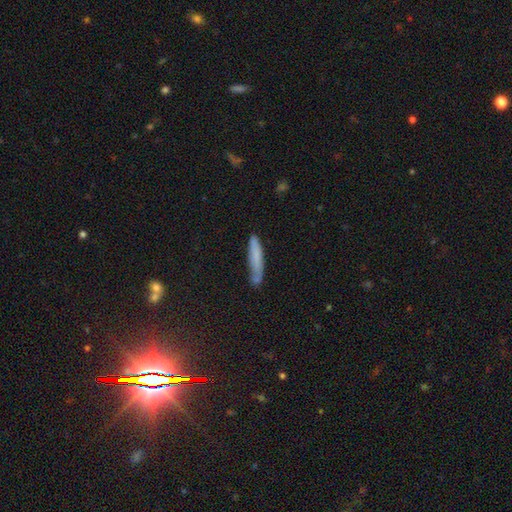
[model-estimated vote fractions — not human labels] smooth-or-featured: smooth: 70% | featured or disk: 22% | star or artifact: 8%
  how-rounded: cigar-shaped: 88% | in between: 10% | round: 2%
  merging: none: 65% | minor disturbance: 23% | major disturbance: 6% | merger: 6%